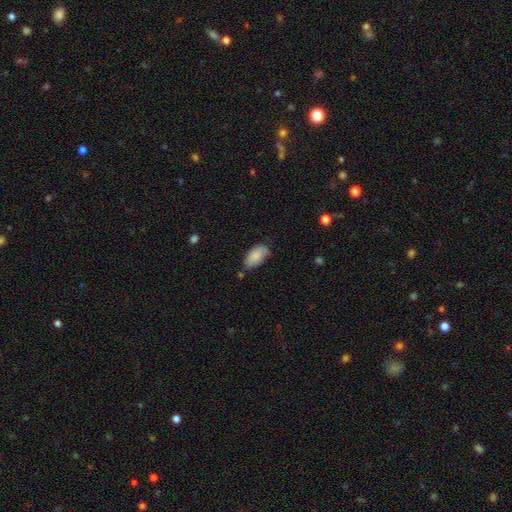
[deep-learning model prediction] smooth-or-featured: smooth: 86% | featured or disk: 8% | star or artifact: 6%
  how-rounded: in between: 94% | cigar-shaped: 4% | round: 3%
  merging: none: 70% | minor disturbance: 23% | major disturbance: 4% | merger: 3%